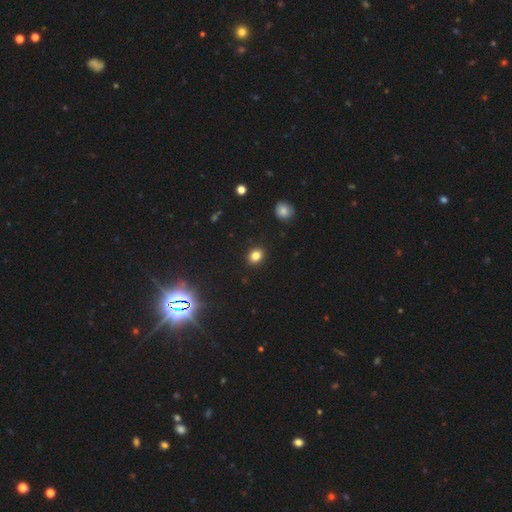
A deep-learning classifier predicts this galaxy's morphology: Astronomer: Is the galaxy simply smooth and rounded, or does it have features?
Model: smooth — 82%.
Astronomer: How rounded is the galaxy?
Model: round — 66%.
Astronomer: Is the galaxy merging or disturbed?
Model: none — 90%.